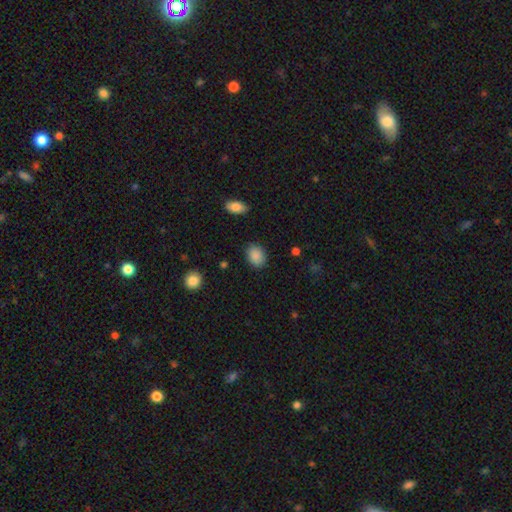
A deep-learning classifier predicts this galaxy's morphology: smooth_or_featured: smooth (p=0.88) [alt: star or artifact p=0.08]
how_rounded: in between (p=0.62) [alt: round p=0.37]
merging: none (p=0.86) [alt: minor disturbance p=0.10]